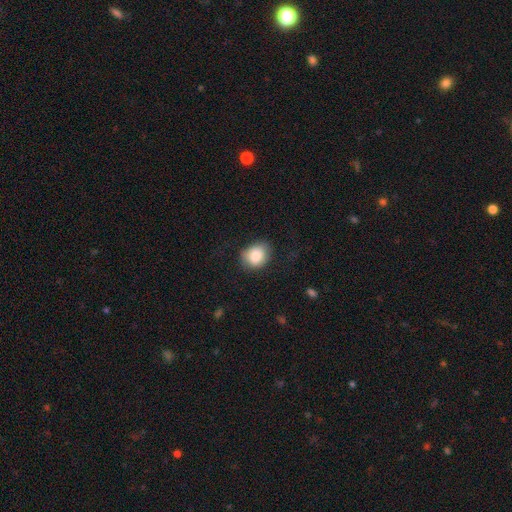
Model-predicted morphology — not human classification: Smooth or featured? smooth (85%)
How rounded? round (50%)
Merging? none (74%)